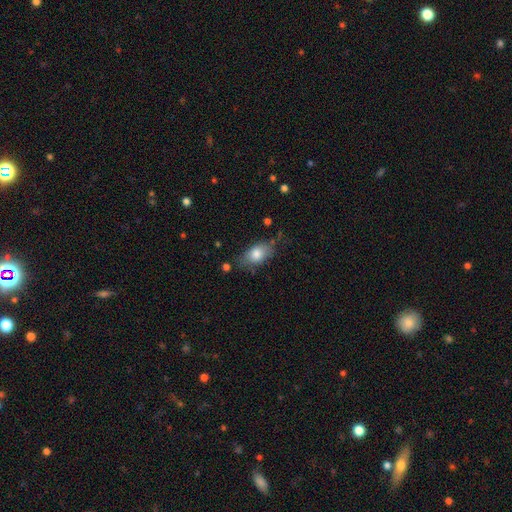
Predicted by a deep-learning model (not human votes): A smooth galaxy with no disk features (79%) that is in between round and cigar-shaped (86%). Merging: none (70%).